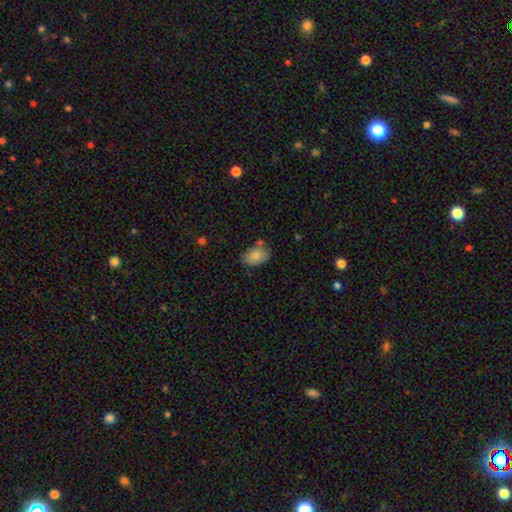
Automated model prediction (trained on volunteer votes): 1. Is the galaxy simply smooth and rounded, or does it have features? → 82% smooth, 11% featured or disk, 7% star or artifact.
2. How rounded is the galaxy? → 85% in between, 14% round, 1% cigar-shaped.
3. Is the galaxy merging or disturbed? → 66% none, 21% minor disturbance, 8% merger, 5% major disturbance.